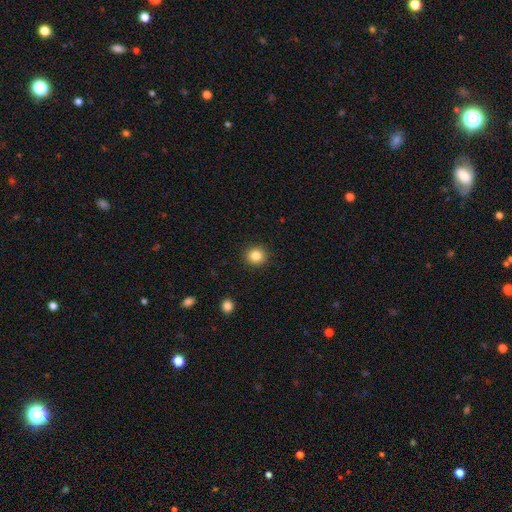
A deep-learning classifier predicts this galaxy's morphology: Smooth or featured? smooth (84%)
How rounded? round (90%)
Merging? none (92%)